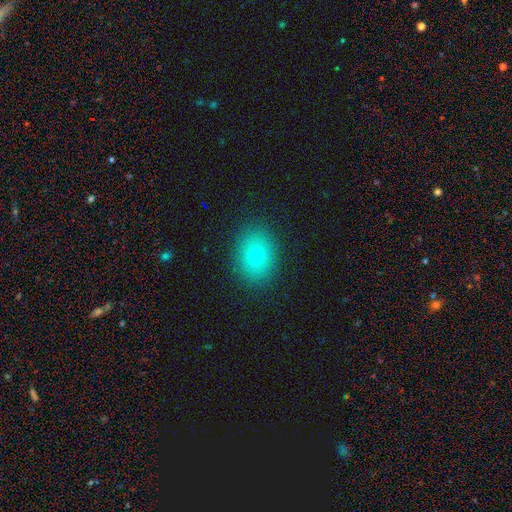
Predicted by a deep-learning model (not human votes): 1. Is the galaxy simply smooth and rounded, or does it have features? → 76% smooth, 12% featured or disk, 12% star or artifact.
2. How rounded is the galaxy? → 52% in between, 47% round, 1% cigar-shaped.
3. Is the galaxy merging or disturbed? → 88% none, 8% minor disturbance, 3% major disturbance, 1% merger.